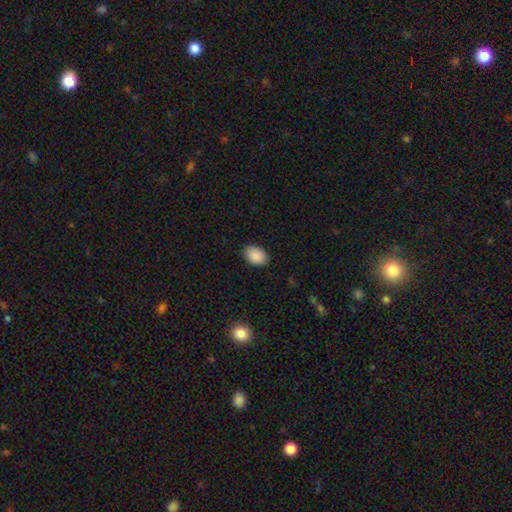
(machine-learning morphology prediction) Q: Smooth or featured?
A: smooth (90%); runner-up: star or artifact (7%)
Q: How rounded?
A: in between (87%); runner-up: round (12%)
Q: Merging?
A: none (87%); runner-up: minor disturbance (10%)